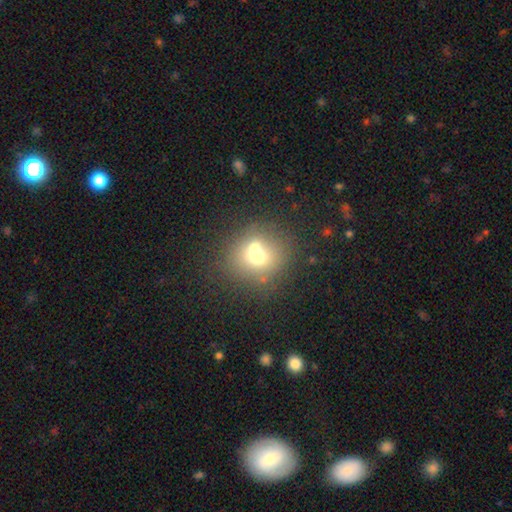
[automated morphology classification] smooth 65%, featured or disk 21%, star or artifact 14%. Down the decision tree: how rounded — round (80%); merging — none (50%).